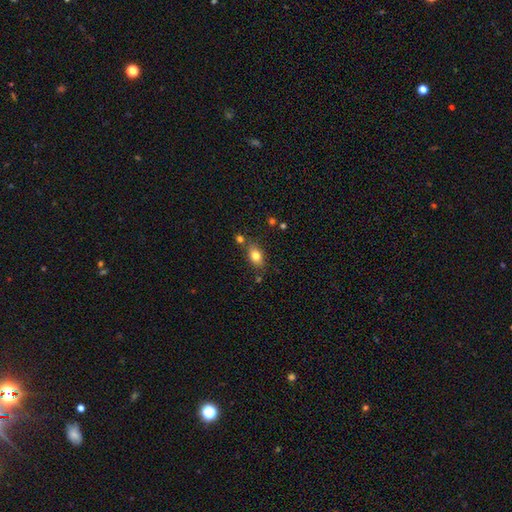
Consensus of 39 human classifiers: Overall: smooth (82%). How rounded: in between (81%). Merging: none (81%).